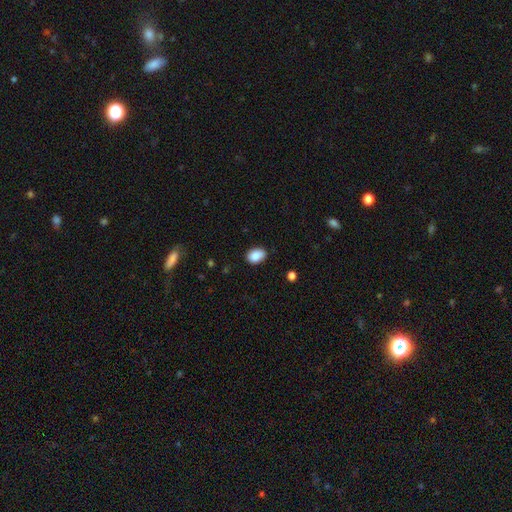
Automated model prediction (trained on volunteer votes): Overall: smooth (87%). How rounded: in between (78%). Merging: none (82%).